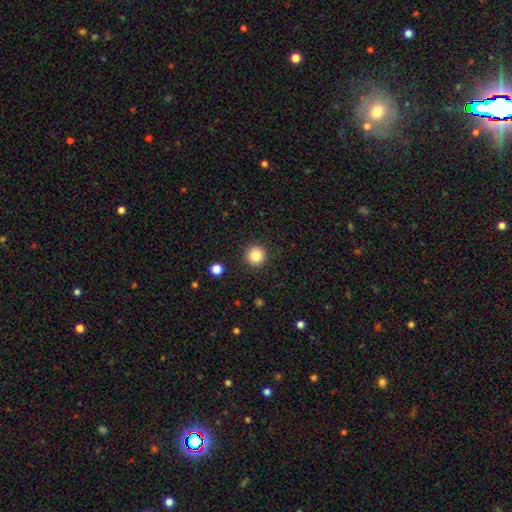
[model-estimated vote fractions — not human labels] A smooth galaxy with no disk features (84%) that is round (96%). Merging: none (92%).